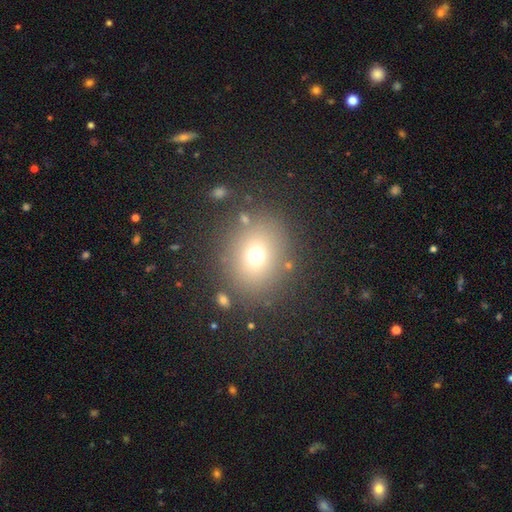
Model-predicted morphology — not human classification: Smooth or featured?
  - smooth: 68% *
  - star or artifact: 20%
  - featured or disk: 12%
How rounded?
  - round: 75% *
  - in between: 24%
  - cigar-shaped: 1%
Merging?
  - none: 80% *
  - minor disturbance: 9%
  - major disturbance: 6%
  - merger: 5%